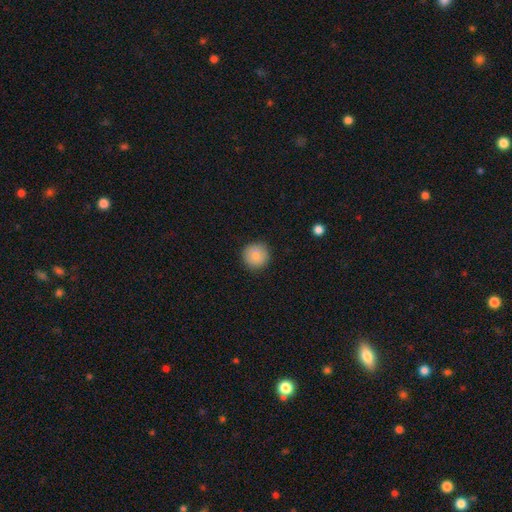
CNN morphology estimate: Smooth or featured? Predicted: smooth (p=0.86). How rounded? Predicted: round (p=0.95). Merging? Predicted: none (p=0.90).